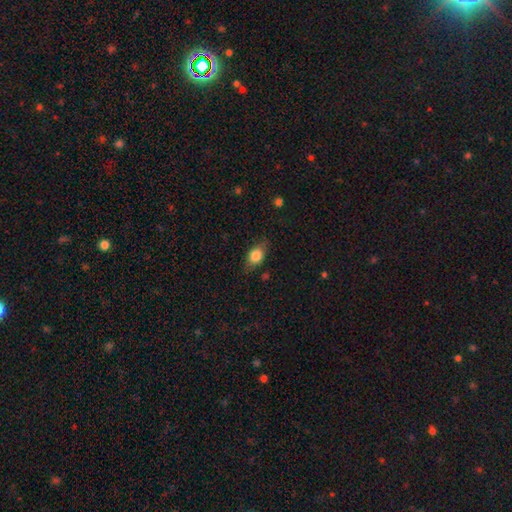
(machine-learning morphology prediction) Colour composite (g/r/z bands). It shows a smooth galaxy with no disk features (78%) that is in between round and cigar-shaped (77%). Merging: none (76%).